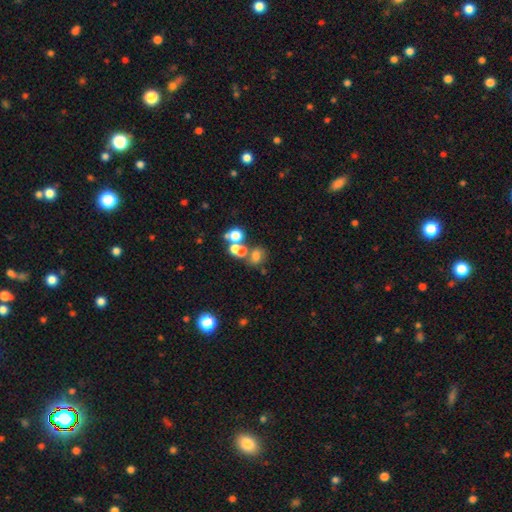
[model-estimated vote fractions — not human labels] Overall: smooth (63%). How rounded: in between (50%; round 49%). Merging: none (43%; merger 40%).